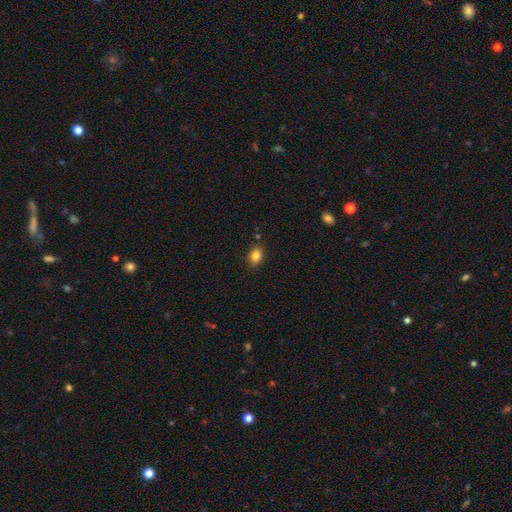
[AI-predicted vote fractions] smooth-or-featured: smooth: 84% | star or artifact: 10% | featured or disk: 6%
  how-rounded: in between: 66% | round: 33% | cigar-shaped: 1%
  merging: none: 86% | minor disturbance: 10% | major disturbance: 2% | merger: 2%